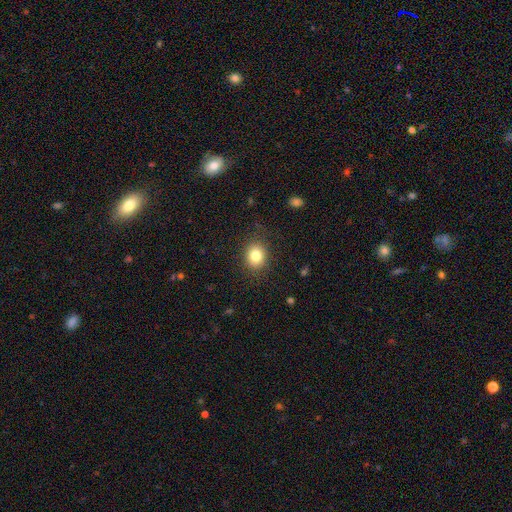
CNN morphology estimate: Overall: smooth (82%). How rounded: round (68%; in between 32%). Merging: none (87%).